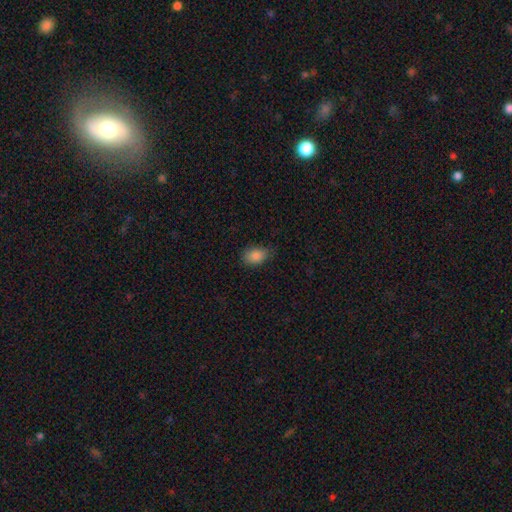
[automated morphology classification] Smooth or featured? smooth (86%)
How rounded? in between (84%)
Merging? none (75%)